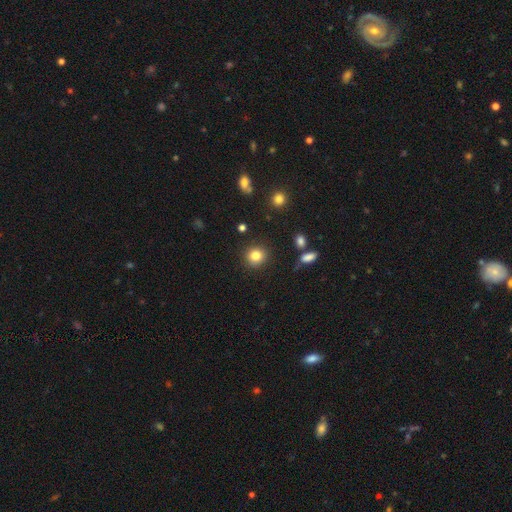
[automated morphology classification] smooth 83%, star or artifact 11%, featured or disk 6%. Down the decision tree: how rounded — round (88%); merging — none (89%).